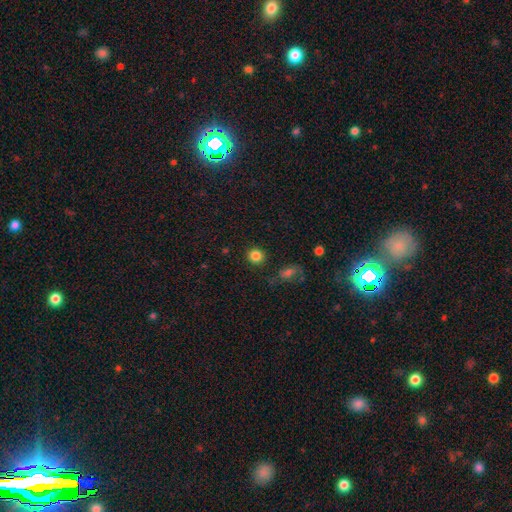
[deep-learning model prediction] Smooth or featured? smooth (84%)
How rounded? round (90%)
Merging? none (87%)